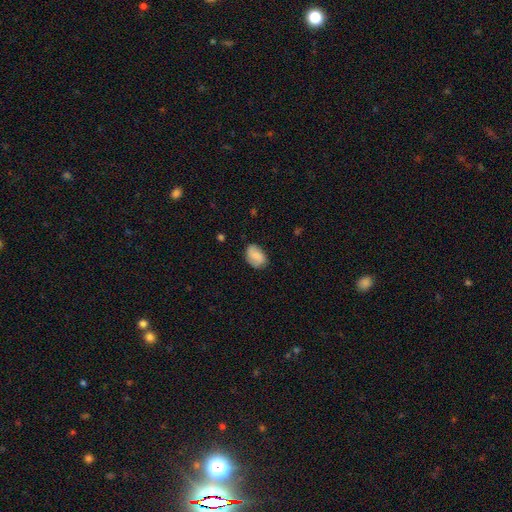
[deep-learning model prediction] smooth_or_featured: smooth (p=0.75) [alt: featured or disk p=0.17]
how_rounded: in between (p=0.82) [alt: round p=0.17]
merging: none (p=0.76) [alt: minor disturbance p=0.18]